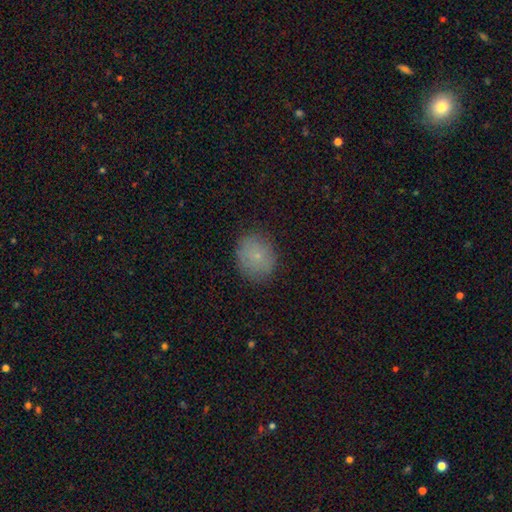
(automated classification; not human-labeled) Overall: smooth (79%). How rounded: round (59%; in between 39%). Merging: none (83%).